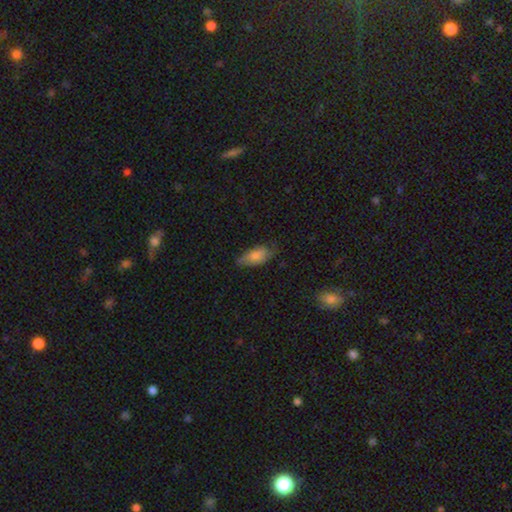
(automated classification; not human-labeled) Smooth or featured: smooth — 75% (featured or disk — 18%)
How rounded: in between — 83% (cigar-shaped — 15%)
Merging: none — 66% (minor disturbance — 27%)